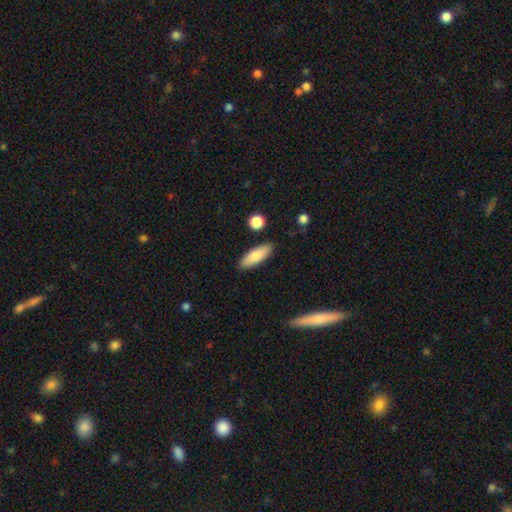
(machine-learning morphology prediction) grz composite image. It shows a smooth galaxy with no disk features (82%) that is in between round and cigar-shaped (63%). Merging: none (86%).